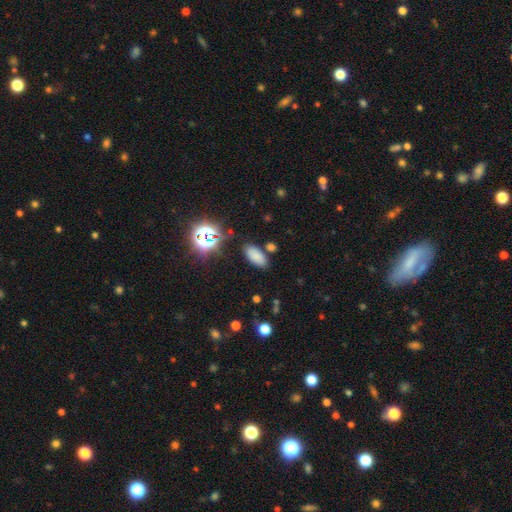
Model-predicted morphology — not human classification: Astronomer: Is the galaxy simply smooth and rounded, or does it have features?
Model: smooth — 76%.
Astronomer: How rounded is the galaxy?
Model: in between — 91%.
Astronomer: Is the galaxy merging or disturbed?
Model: none — 81%.